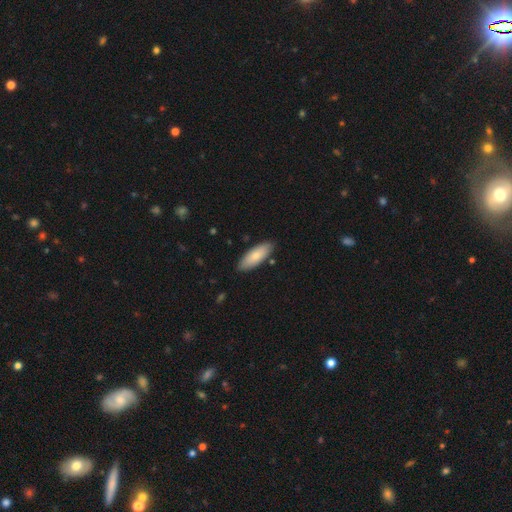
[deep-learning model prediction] This is likely a smooth galaxy (79%). How rounded: likely in between (74%). Merging: clearly none (85%).